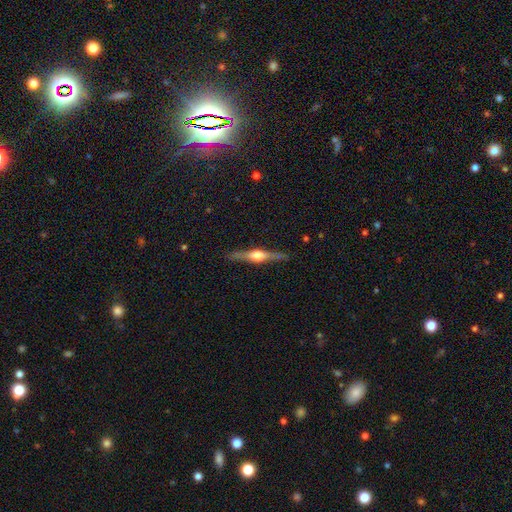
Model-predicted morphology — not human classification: type=featured or disk (79%); edge-on=yes (98%); edge-on bulge=rounded (93%); merging=none (89%).